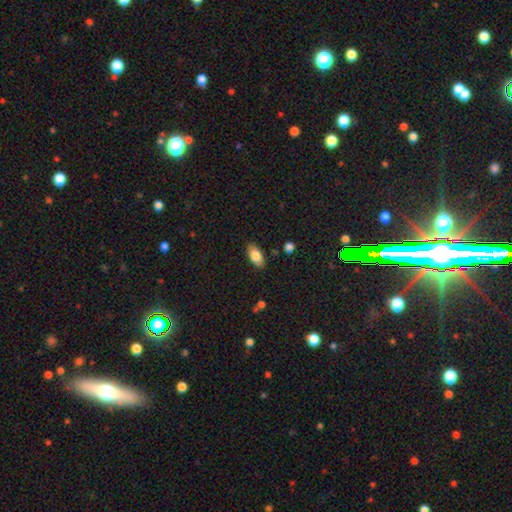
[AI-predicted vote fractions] The model was most divided on "smooth or featured": smooth: 82%, featured or disk: 11%, star or artifact: 7%. More confident: how rounded — in between (91%); merging — none (86%).